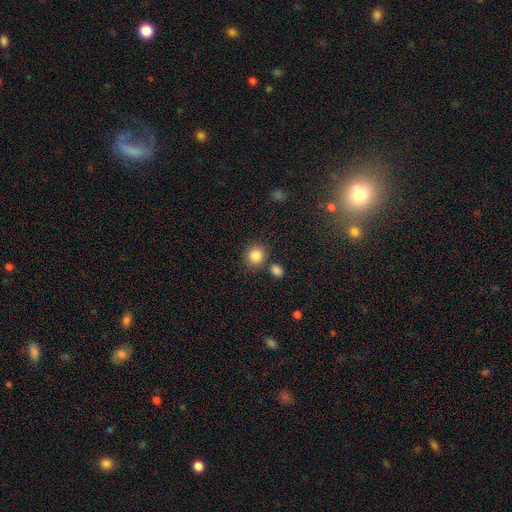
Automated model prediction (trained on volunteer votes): Smooth or featured: smooth — 85% (star or artifact — 10%)
How rounded: round — 82% (in between — 17%)
Merging: none — 76% (merger — 11%)